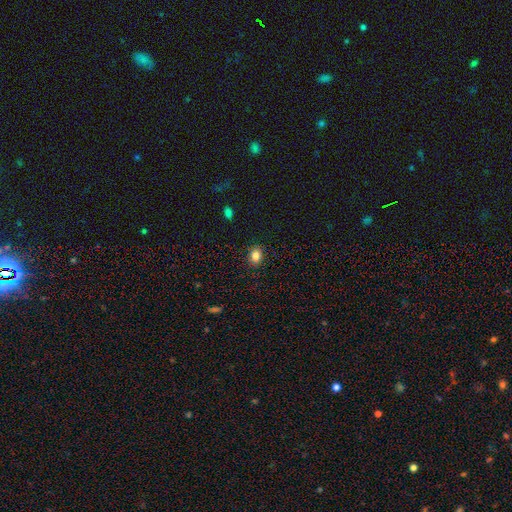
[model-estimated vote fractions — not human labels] This is clearly a smooth galaxy (83%). How rounded: likely in between (61%). Merging: clearly none (89%).